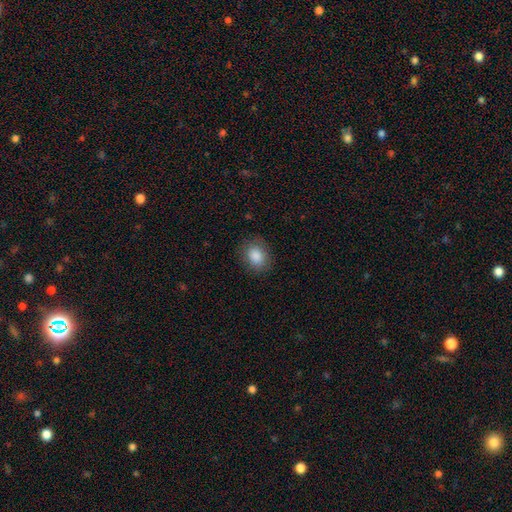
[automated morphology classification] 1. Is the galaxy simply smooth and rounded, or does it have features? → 87% smooth, 8% star or artifact, 5% featured or disk.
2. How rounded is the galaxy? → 50% in between, 49% round, 1% cigar-shaped.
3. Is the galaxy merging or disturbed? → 83% none, 12% minor disturbance, 4% major disturbance, 1% merger.